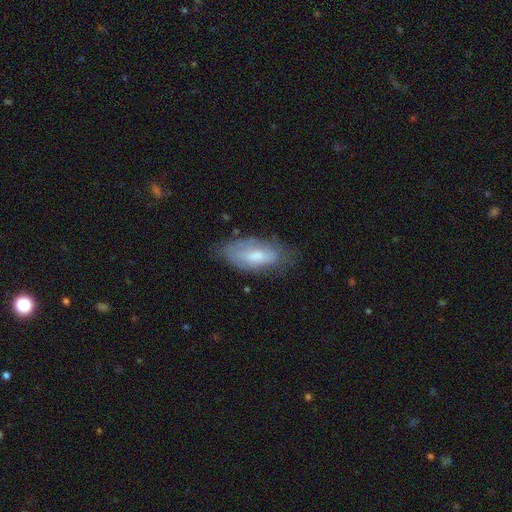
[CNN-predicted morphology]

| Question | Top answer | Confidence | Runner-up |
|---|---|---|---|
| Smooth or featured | smooth | 55% | featured or disk (38%) |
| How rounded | in between | 86% | cigar-shaped (12%) |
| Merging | none | 62% | minor disturbance (28%) |